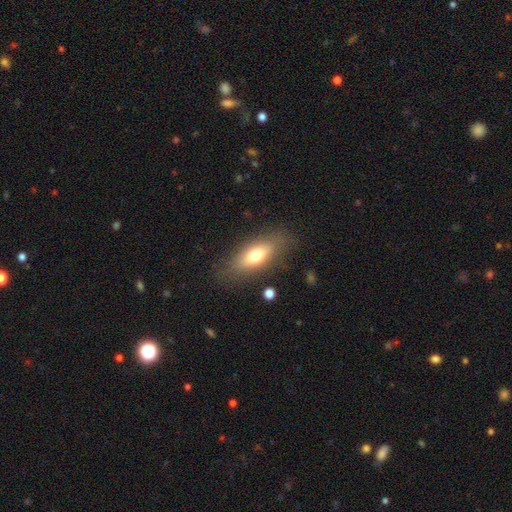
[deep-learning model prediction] smooth-or-featured: smooth: 67% | featured or disk: 25% | star or artifact: 8%
  how-rounded: in between: 72% | cigar-shaped: 24% | round: 4%
  merging: none: 79% | minor disturbance: 14% | major disturbance: 5% | merger: 2%